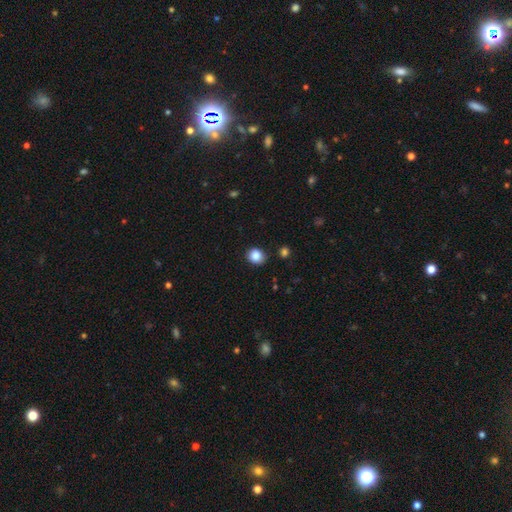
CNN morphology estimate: smooth 86%, star or artifact 10%, featured or disk 4%. Down the decision tree: how rounded — round (75%); merging — none (84%).